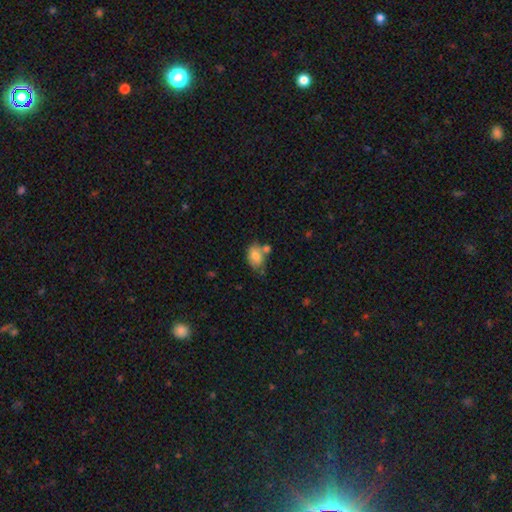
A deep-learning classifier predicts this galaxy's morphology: Overall: smooth (76%). How rounded: in between (80%). Merging: none (45%; merger 28%).